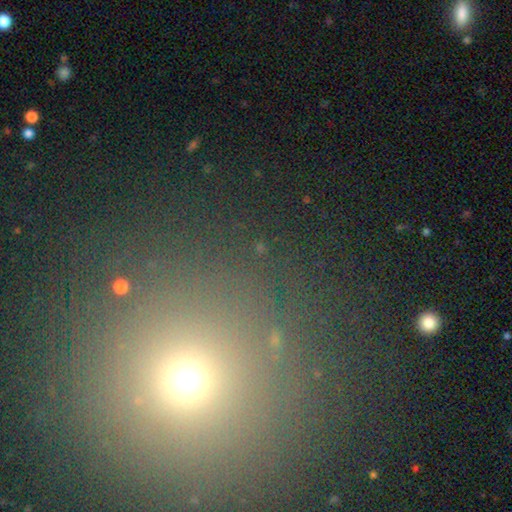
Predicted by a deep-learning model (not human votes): Q: Smooth or featured?
A: star or artifact (47%); runner-up: smooth (43%)